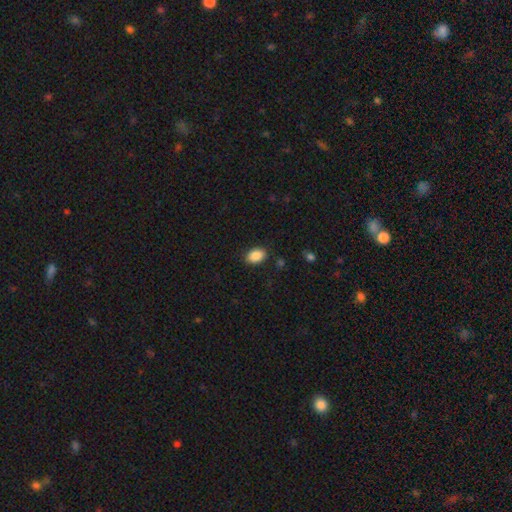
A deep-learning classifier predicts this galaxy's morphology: Smooth or featured? Predicted: smooth (p=0.88). How rounded? Predicted: in between (p=0.86). Merging? Predicted: none (p=0.87).